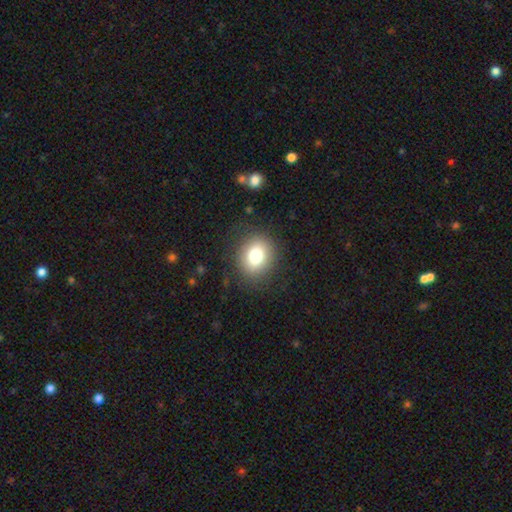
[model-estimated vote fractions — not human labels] Smooth or featured? smooth (78%)
How rounded? round (67%)
Merging? none (85%)